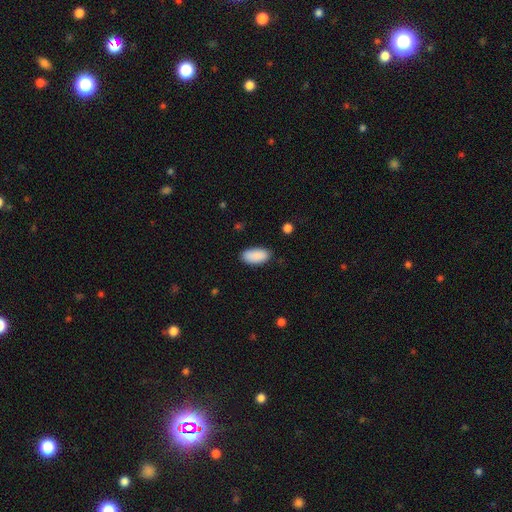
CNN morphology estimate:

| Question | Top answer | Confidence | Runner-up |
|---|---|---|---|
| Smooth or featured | smooth | 90% | star or artifact (6%) |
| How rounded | in between | 93% | cigar-shaped (5%) |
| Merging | none | 85% | minor disturbance (11%) |